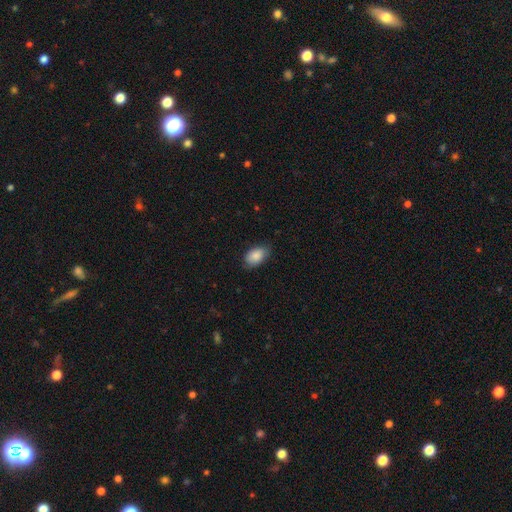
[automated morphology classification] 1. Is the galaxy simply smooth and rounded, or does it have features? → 87% smooth, 7% star or artifact, 6% featured or disk.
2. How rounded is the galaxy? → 91% in between, 7% round, 2% cigar-shaped.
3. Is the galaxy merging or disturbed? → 76% none, 20% minor disturbance, 3% major disturbance, 1% merger.